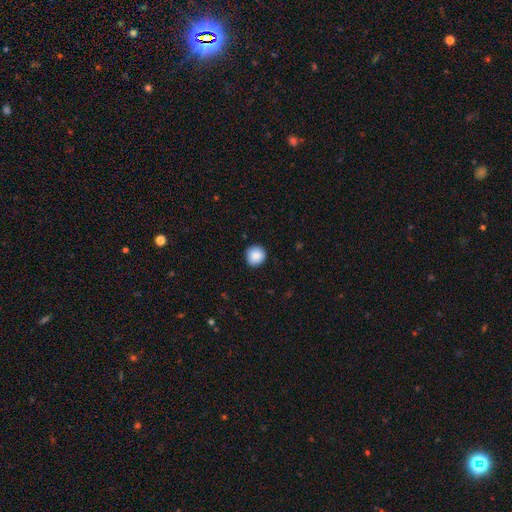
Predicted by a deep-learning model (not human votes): The model was most divided on "smooth or featured": smooth: 88%, star or artifact: 8%, featured or disk: 4%. More confident: how rounded — round (93%); merging — none (90%).